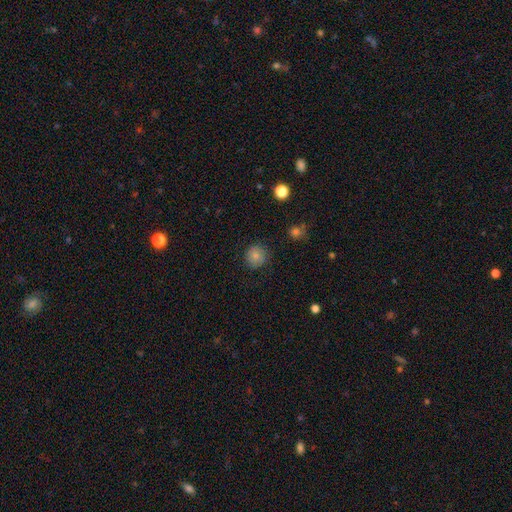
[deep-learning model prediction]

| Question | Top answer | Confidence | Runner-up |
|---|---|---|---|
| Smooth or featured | smooth | 80% | featured or disk (10%) |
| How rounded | round | 90% | in between (9%) |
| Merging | none | 84% | minor disturbance (12%) |